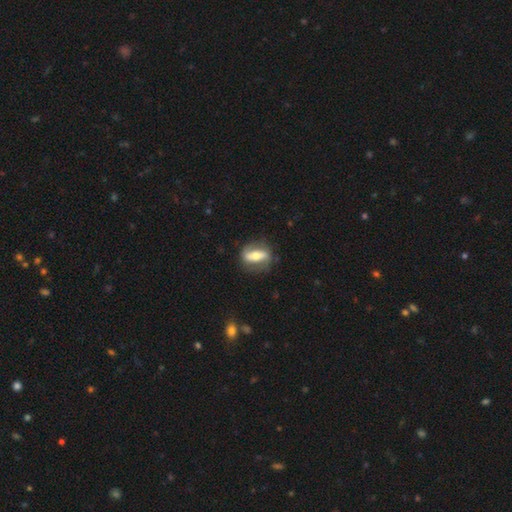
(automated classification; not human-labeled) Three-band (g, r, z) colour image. It shows a featured or disk galaxy (60%). Merging: none (75%).